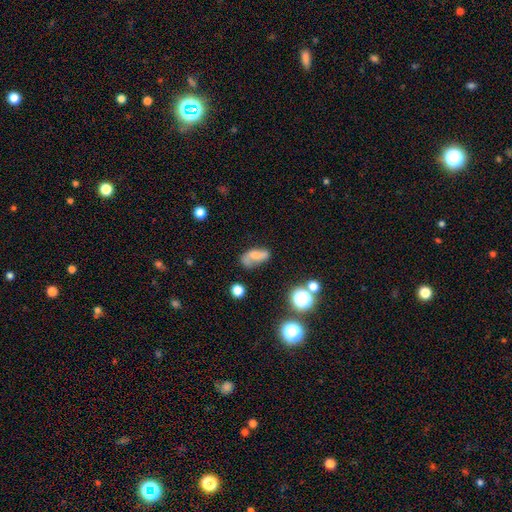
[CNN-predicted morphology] This appears to be a smooth galaxy with no disk features (54%) that is in between round and cigar-shaped (84%). Merging: none (45%).